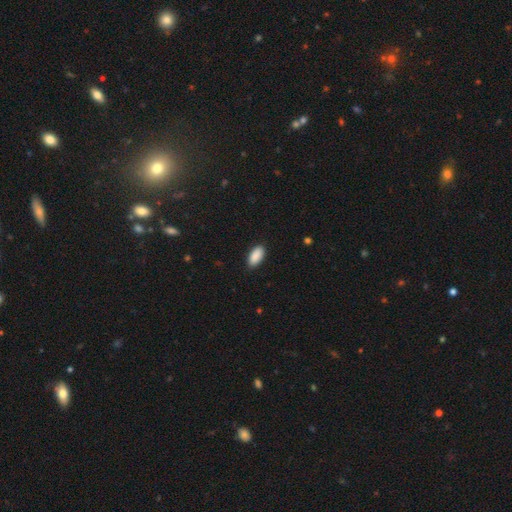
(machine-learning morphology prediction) This appears to be a smooth galaxy with no disk features (91%) that is in between round and cigar-shaped (93%). Merging: none (89%).